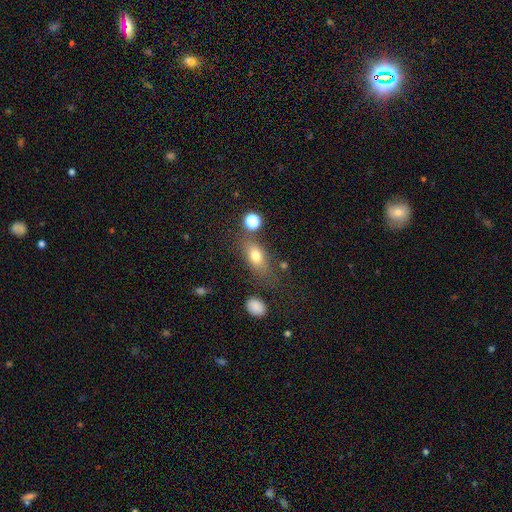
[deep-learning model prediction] smooth 74%, featured or disk 15%, star or artifact 12%. Down the decision tree: how rounded — in between (75%); merging — none (65%).